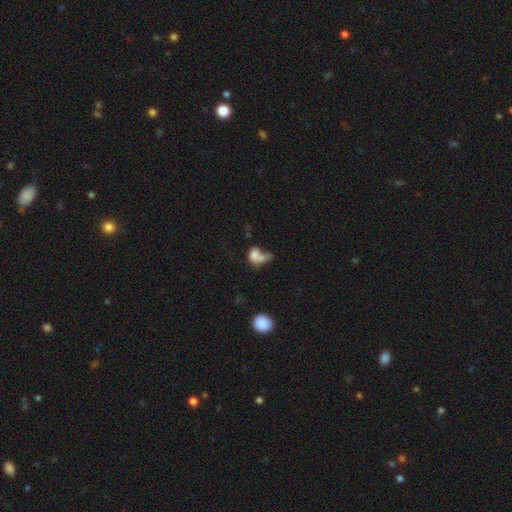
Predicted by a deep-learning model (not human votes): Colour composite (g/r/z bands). It shows a smooth galaxy with no disk features (71%) that is in between round and cigar-shaped (61%). Merging: merger (56%).